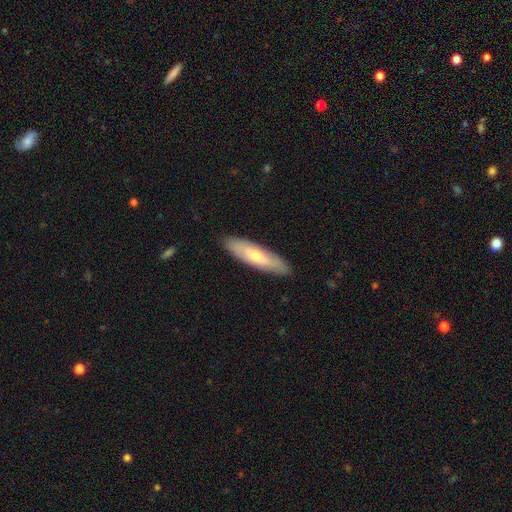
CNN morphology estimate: Smooth or featured: smooth — 54% (featured or disk — 41%)
How rounded: cigar-shaped — 67% (in between — 32%)
Merging: none — 88% (minor disturbance — 9%)